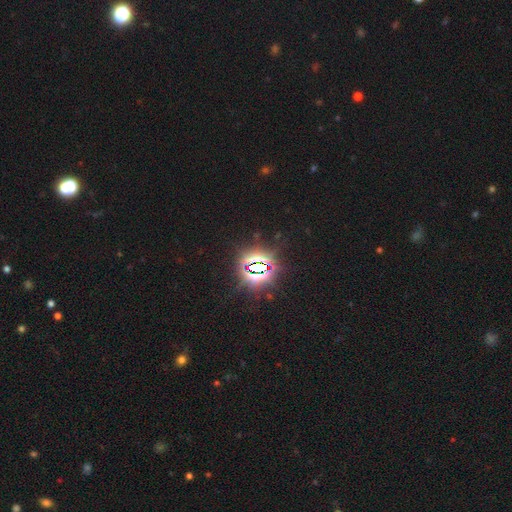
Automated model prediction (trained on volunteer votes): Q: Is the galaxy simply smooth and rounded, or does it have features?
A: star or artifact — 84%.